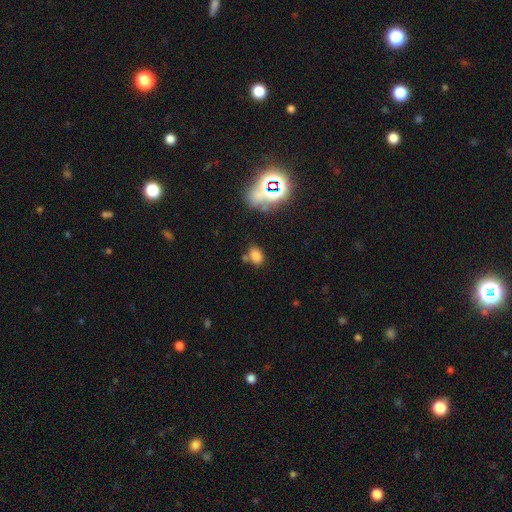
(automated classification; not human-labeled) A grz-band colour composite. It shows a smooth galaxy with no disk features (75%) that is in between round and cigar-shaped (74%). Merging: none (65%).